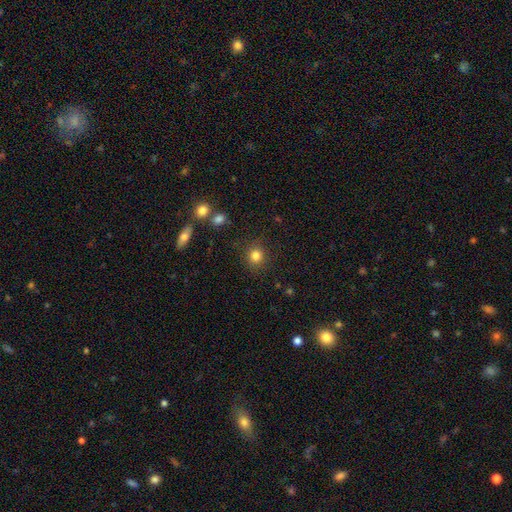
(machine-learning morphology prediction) This is clearly a smooth galaxy (82%). How rounded: clearly round (86%). Merging: clearly none (87%).